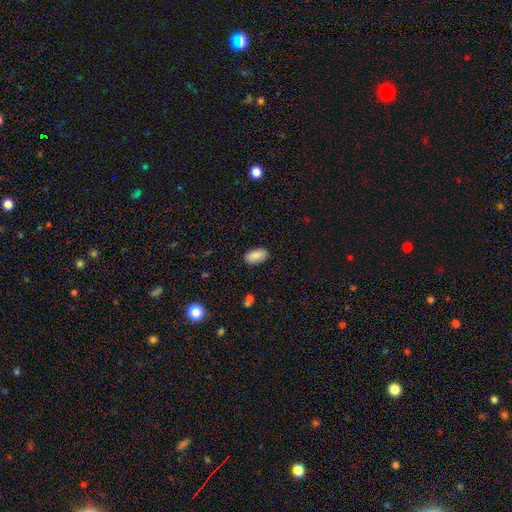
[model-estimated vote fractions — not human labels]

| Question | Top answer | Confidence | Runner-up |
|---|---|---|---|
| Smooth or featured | smooth | 89% | star or artifact (7%) |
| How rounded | in between | 94% | round (4%) |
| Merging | none | 87% | minor disturbance (10%) |